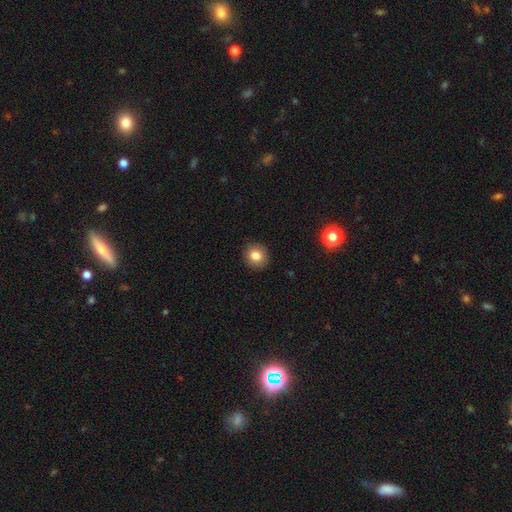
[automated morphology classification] Smooth or featured? smooth (82%)
How rounded? round (84%)
Merging? none (91%)